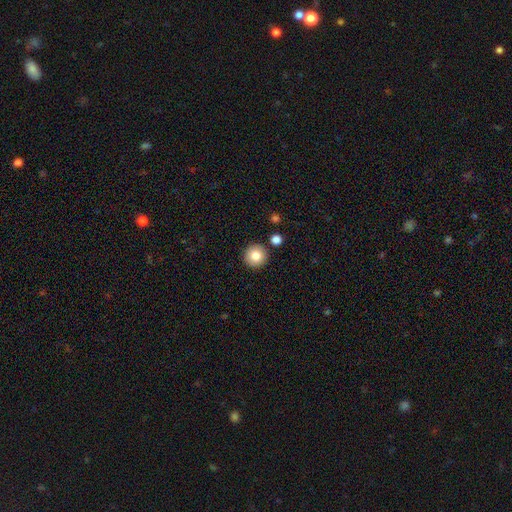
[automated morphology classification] Smooth or featured? Predicted: smooth (p=0.83). How rounded? Predicted: round (p=0.95). Merging? Predicted: none (p=0.89).